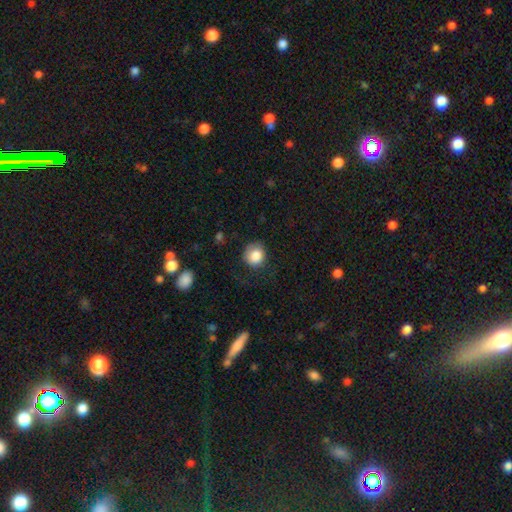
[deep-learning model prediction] A smooth galaxy with no disk features (84%) that is round (82%). Merging: none (66%).